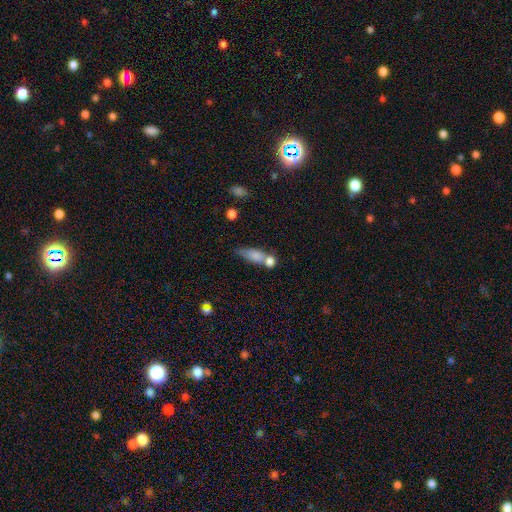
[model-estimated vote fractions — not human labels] Morphology: type=smooth (74%); roundness=in between (60%); merging=merger (41%).